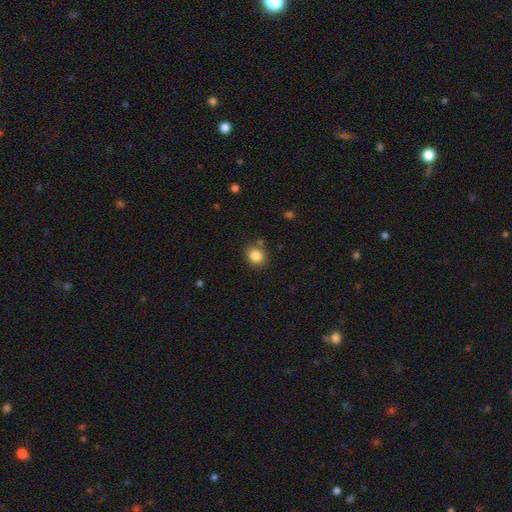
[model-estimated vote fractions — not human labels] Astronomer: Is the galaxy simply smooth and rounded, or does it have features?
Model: smooth — 85%.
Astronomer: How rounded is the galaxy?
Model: round — 78%.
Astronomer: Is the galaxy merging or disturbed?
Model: none — 80%.